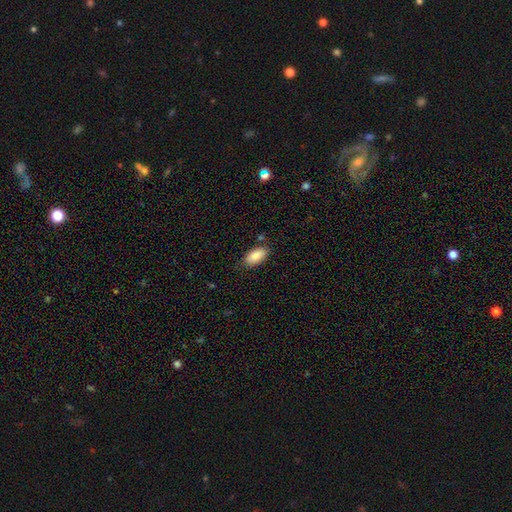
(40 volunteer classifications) smooth_or_featured: smooth (p=0.78) [alt: featured or disk p=0.12]
how_rounded: in between (p=0.94) [alt: round p=0.03]
merging: none (p=0.75) [alt: major disturbance p=0.11]